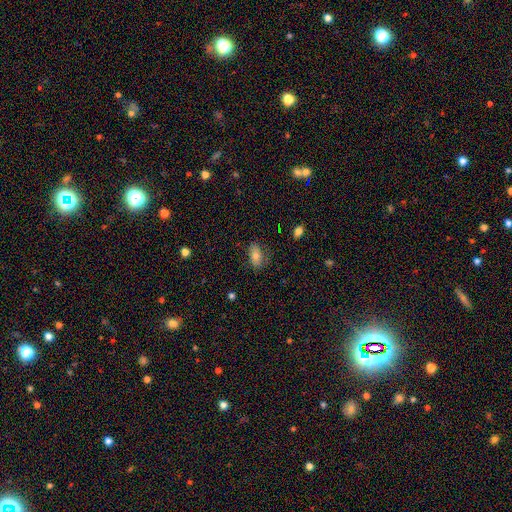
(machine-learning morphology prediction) Overall: smooth (73%). How rounded: in between (87%). Merging: none (73%).